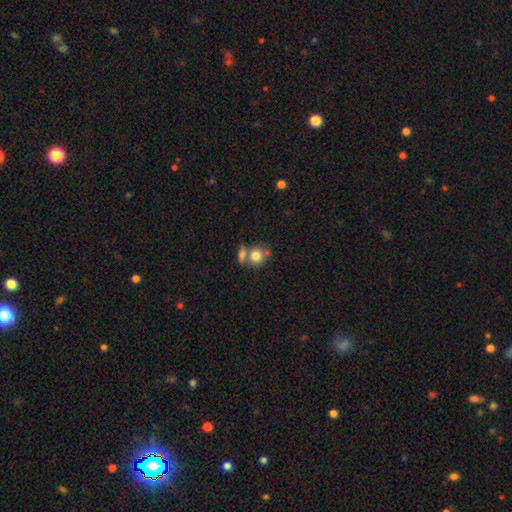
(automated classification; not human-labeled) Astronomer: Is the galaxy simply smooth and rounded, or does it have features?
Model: smooth — 79%.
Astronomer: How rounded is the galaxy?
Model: round — 75%.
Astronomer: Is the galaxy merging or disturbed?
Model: none — 44% (runner-up: merger, 40%).